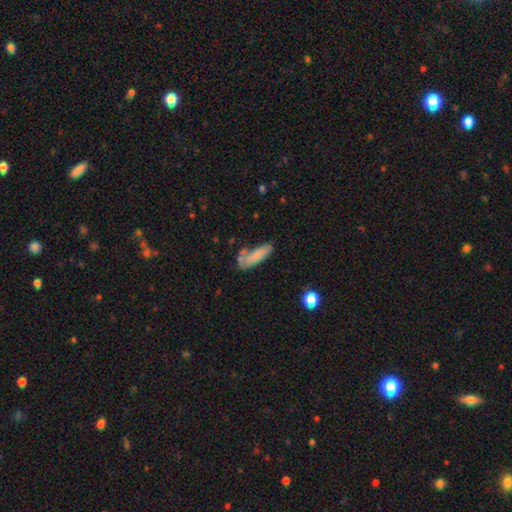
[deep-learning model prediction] This is likely a smooth galaxy (77%). How rounded: possibly cigar-shaped (51%). Merging: possibly none (54%).